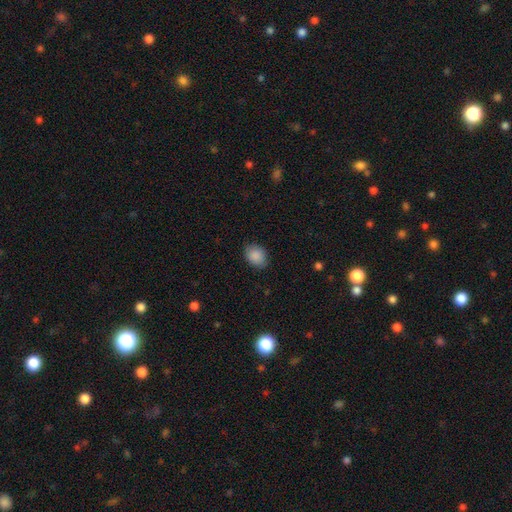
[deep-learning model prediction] A smooth galaxy with no disk features (89%) that is in between round and cigar-shaped (66%).

Vote fractions:
- Smooth or featured? smooth: 89% / star or artifact: 8% / featured or disk: 4%
- How rounded? in between: 66% / round: 33% / cigar-shaped: 1%
- Merging? none: 85% / minor disturbance: 12% / major disturbance: 3% / merger: 1%